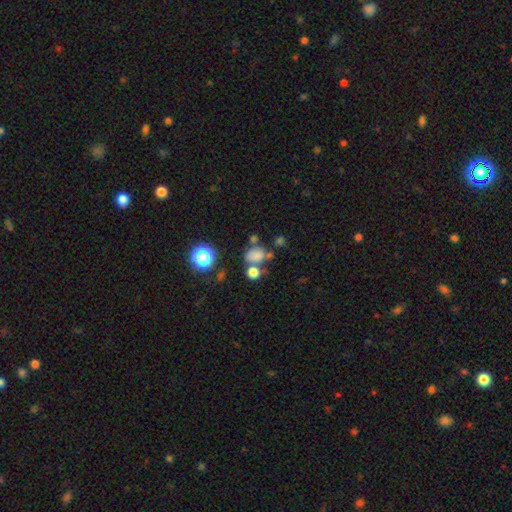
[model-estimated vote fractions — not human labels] smooth 74%, star or artifact 17%, featured or disk 9%. Down the decision tree: how rounded — round (52%); merging — none (52%).